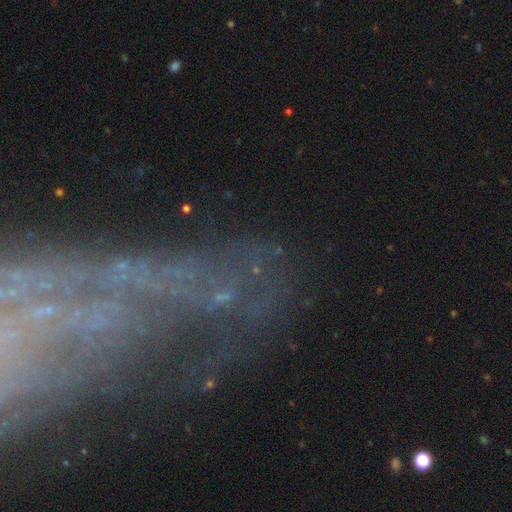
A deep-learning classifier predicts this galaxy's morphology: Smooth or featured?
  - featured or disk: 53% *
  - star or artifact: 31%
  - smooth: 16%
Edge-on disk?
  - no: 77% *
  - yes: 23%
Merging?
  - none: 60% *
  - major disturbance: 17%
  - minor disturbance: 16%
  - merger: 7%